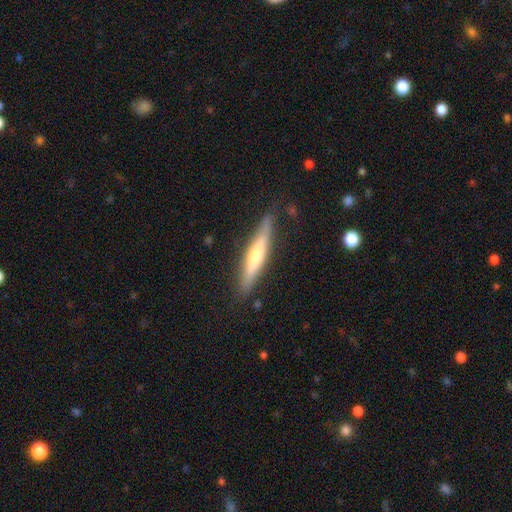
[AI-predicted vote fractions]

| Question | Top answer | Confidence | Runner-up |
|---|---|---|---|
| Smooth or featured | featured or disk | 58% | smooth (36%) |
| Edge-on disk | yes | 95% | no (5%) |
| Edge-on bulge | rounded | 73% | none (17%) |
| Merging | none | 85% | minor disturbance (11%) |